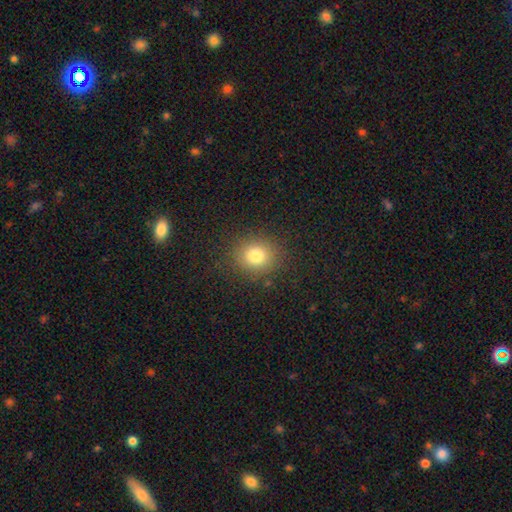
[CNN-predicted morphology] This is likely a smooth galaxy (79%). How rounded: likely round (78%). Merging: clearly none (86%).